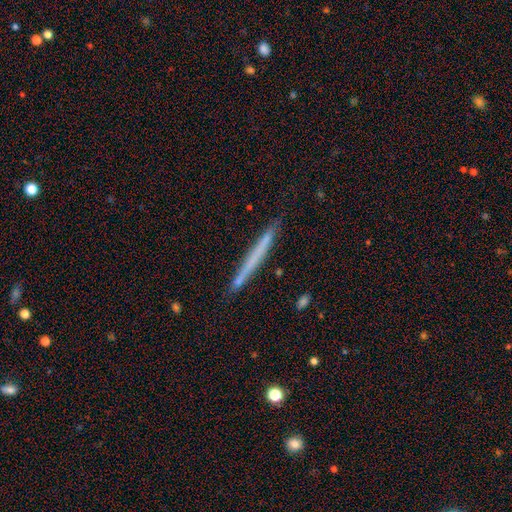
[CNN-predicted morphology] The model was most divided on "smooth or featured": smooth: 55%, featured or disk: 39%, star or artifact: 6%. More confident: how rounded — cigar-shaped (97%); merging — none (86%).